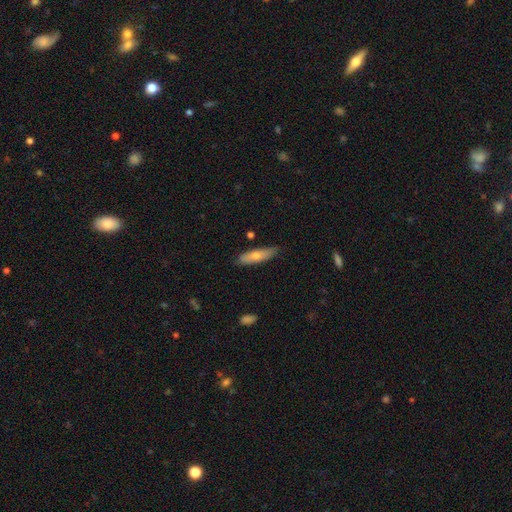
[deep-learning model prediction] smooth-or-featured: smooth: 68% | featured or disk: 26% | star or artifact: 6%
  how-rounded: cigar-shaped: 61% | in between: 37% | round: 2%
  merging: none: 80% | minor disturbance: 16% | major disturbance: 2% | merger: 2%